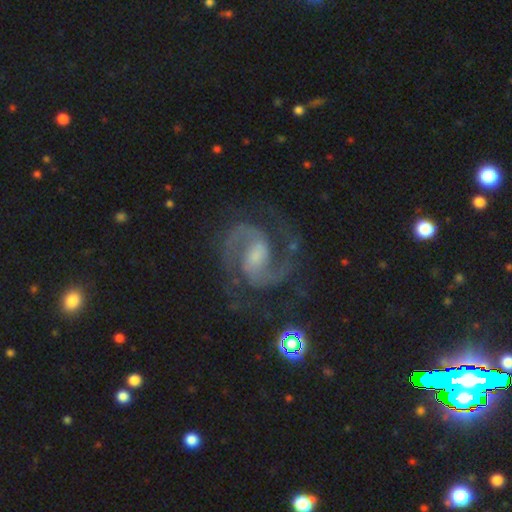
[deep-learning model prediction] featured or disk 93%, star or artifact 5%, smooth 3%. Down the decision tree: edge-on disk — no (98%); bar — weak (54%); spiral arms — yes (99%); spiral arm count — 2 (93%); spiral winding — medium (66%); bulge size — small (43%); merging — none (78%).